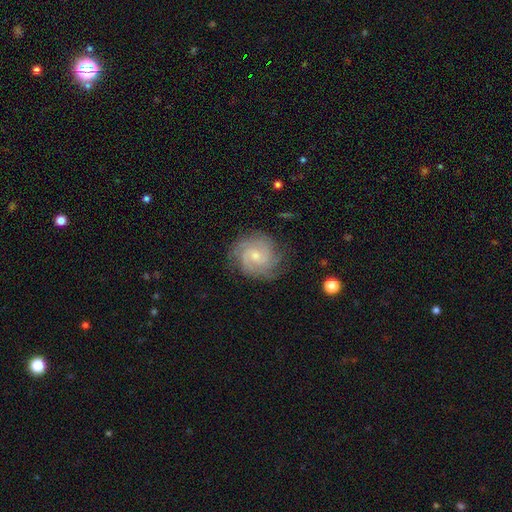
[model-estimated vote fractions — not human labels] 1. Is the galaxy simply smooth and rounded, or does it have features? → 83% featured or disk, 11% smooth, 6% star or artifact.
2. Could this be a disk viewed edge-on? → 98% no, 2% yes.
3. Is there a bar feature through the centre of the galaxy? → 55% no, 40% weak, 6% strong.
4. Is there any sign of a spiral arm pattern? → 97% yes, 3% no.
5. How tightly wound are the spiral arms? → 65% tight, 30% medium, 5% loose.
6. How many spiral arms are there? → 31% 3, 29% 2, 21% can't tell, 10% 4, 5% 1, 5% more than 4.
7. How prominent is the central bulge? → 55% small, 40% moderate, 3% none, 2% large, 1% dominant.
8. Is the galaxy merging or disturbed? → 79% none, 15% minor disturbance, 5% major disturbance, 1% merger.